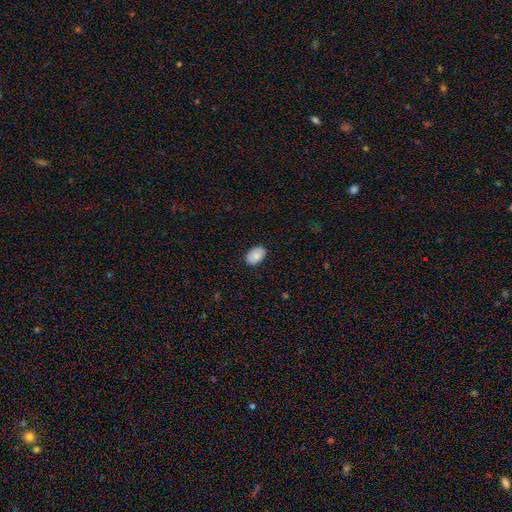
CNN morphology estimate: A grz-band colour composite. It shows a smooth galaxy with no disk features (86%) that is in between round and cigar-shaped (90%). Merging: none (85%).